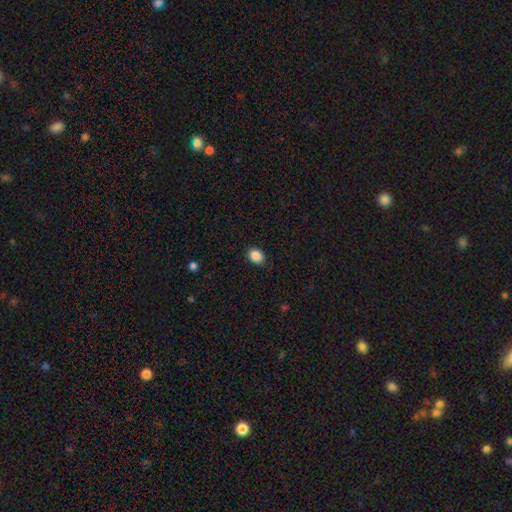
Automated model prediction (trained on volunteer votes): Smooth or featured? smooth (88%)
How rounded? in between (51%)
Merging? none (87%)